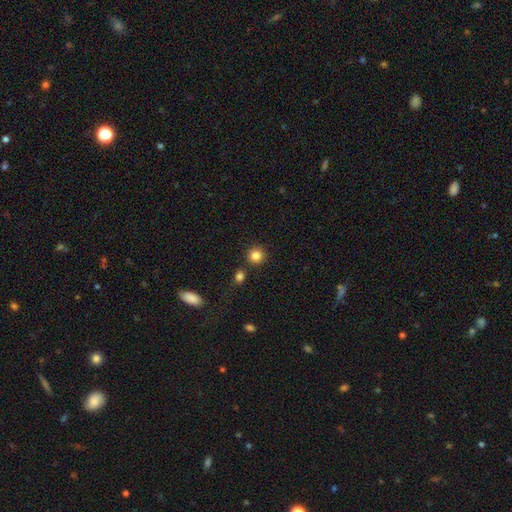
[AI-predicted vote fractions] A smooth galaxy with no disk features (84%) that is round (92%).

Vote fractions:
- Smooth or featured? smooth: 84% / star or artifact: 11% / featured or disk: 5%
- How rounded? round: 92% / in between: 7% / cigar-shaped: 1%
- Merging? none: 85% / minor disturbance: 7% / merger: 6% / major disturbance: 2%